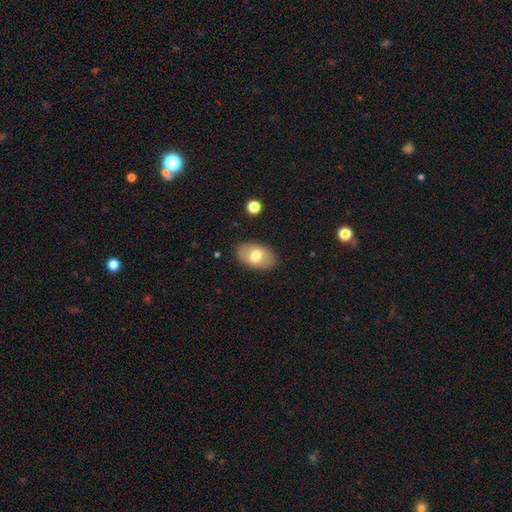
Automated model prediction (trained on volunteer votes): smooth-or-featured: smooth: 69% | featured or disk: 25% | star or artifact: 7%
  how-rounded: in between: 90% | round: 9% | cigar-shaped: 1%
  merging: none: 86% | minor disturbance: 10% | major disturbance: 3% | merger: 1%